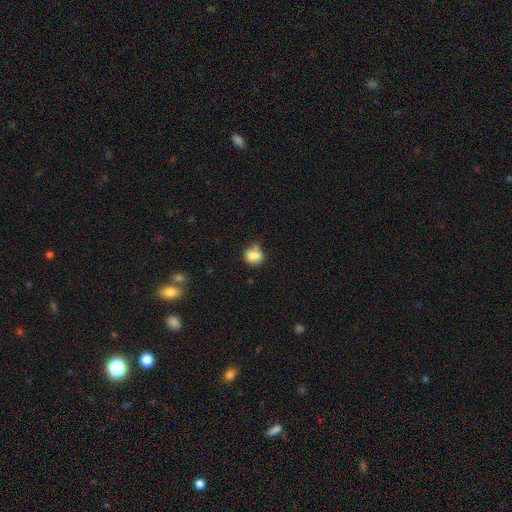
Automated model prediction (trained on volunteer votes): smooth-or-featured: smooth: 81% | star or artifact: 10% | featured or disk: 9%
  how-rounded: round: 58% | in between: 40% | cigar-shaped: 1%
  merging: none: 50% | minor disturbance: 26% | merger: 16% | major disturbance: 8%